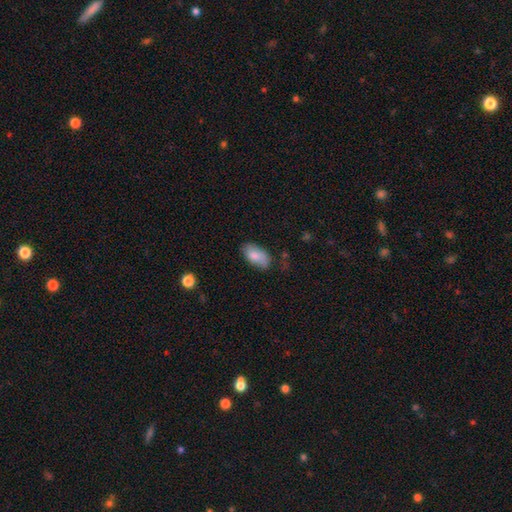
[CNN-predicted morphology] Overall: smooth (83%). How rounded: in between (94%). Merging: none (66%).